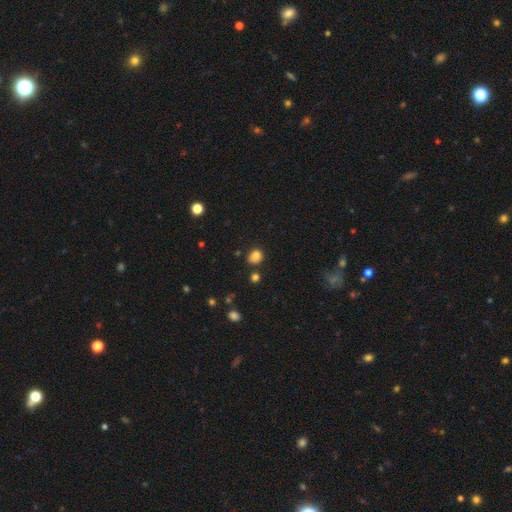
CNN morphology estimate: smooth 80%, star or artifact 13%, featured or disk 7%. Down the decision tree: how rounded — round (73%); merging — none (72%).